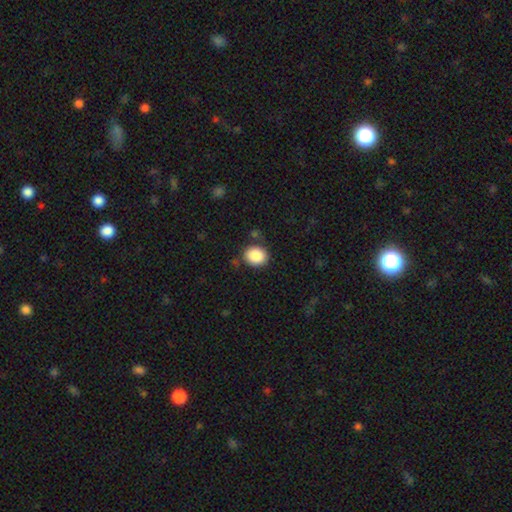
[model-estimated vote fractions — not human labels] A smooth galaxy with no disk features (87%) that is round (64%).

Vote fractions:
- Smooth or featured? smooth: 87% / star or artifact: 8% / featured or disk: 4%
- How rounded? round: 64% / in between: 35% / cigar-shaped: 1%
- Merging? none: 81% / minor disturbance: 12% / major disturbance: 4% / merger: 4%